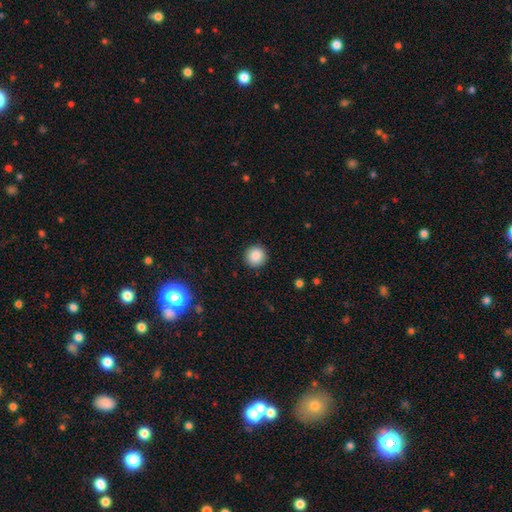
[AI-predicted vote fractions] The model was most divided on "smooth or featured": smooth: 88%, star or artifact: 9%, featured or disk: 3%. More confident: how rounded — round (94%); merging — none (92%).